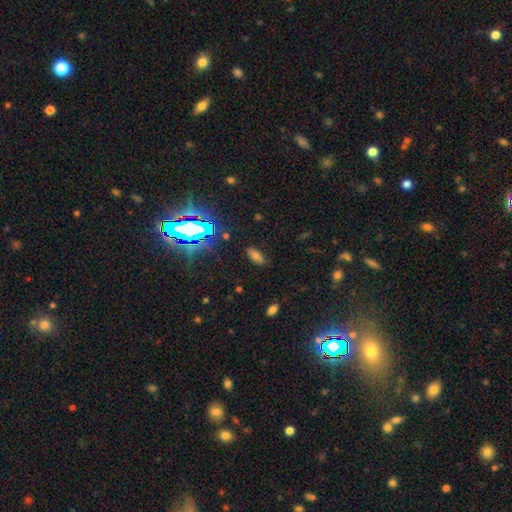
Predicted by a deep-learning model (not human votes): smooth_or_featured: smooth (p=0.60) [alt: star or artifact p=0.26]
how_rounded: in between (p=0.85) [alt: cigar-shaped p=0.11]
merging: none (p=0.84) [alt: minor disturbance p=0.11]